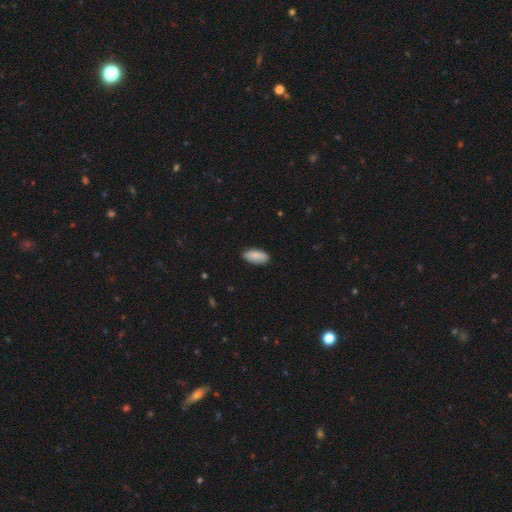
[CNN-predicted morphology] Overall: smooth (88%). How rounded: in between (88%). Merging: none (85%).